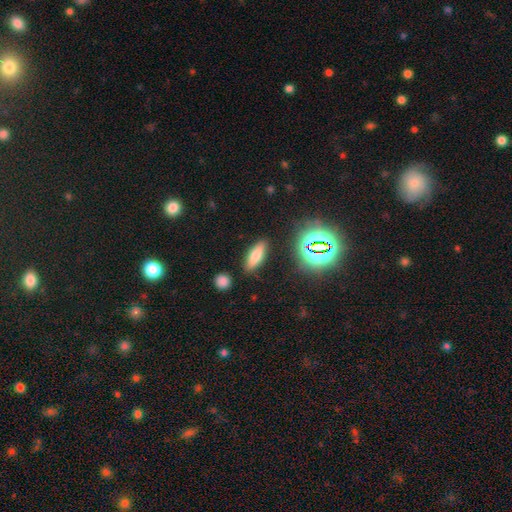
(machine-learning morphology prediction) Smooth or featured? smooth (69%)
How rounded? in between (53%)
Merging? none (86%)